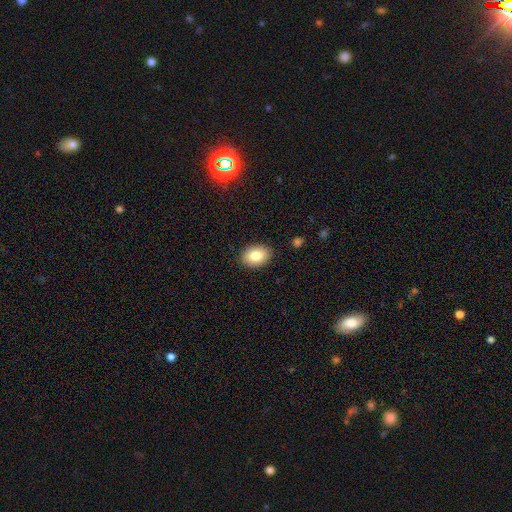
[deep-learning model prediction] Smooth or featured? smooth (82%)
How rounded? in between (77%)
Merging? none (88%)